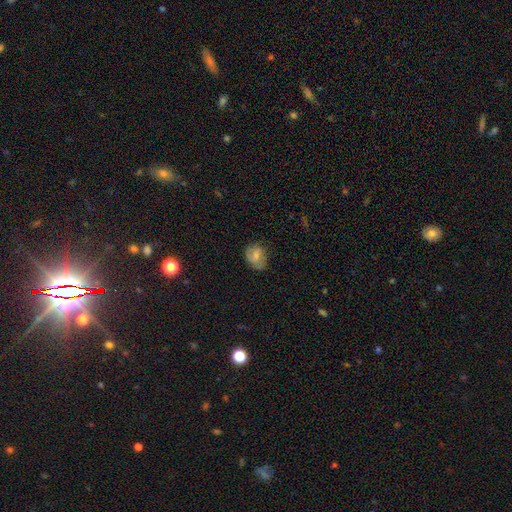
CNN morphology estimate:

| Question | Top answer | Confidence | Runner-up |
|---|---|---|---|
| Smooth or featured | smooth | 70% | featured or disk (21%) |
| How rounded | in between | 66% | round (33%) |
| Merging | none | 61% | minor disturbance (28%) |